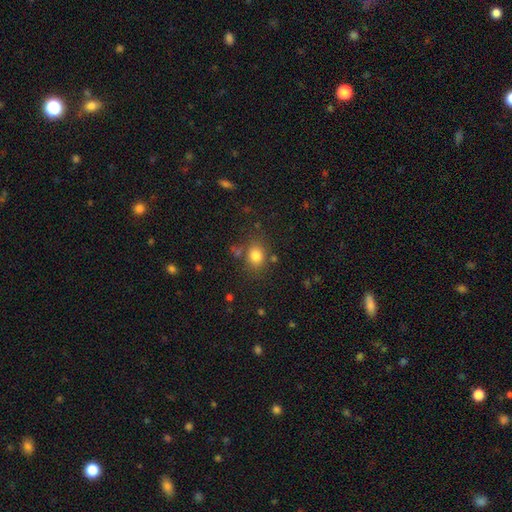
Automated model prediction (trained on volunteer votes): smooth_or_featured: smooth (p=0.80) [alt: star or artifact p=0.13]
how_rounded: round (p=0.58) [alt: in between p=0.41]
merging: none (p=0.75) [alt: minor disturbance p=0.13]